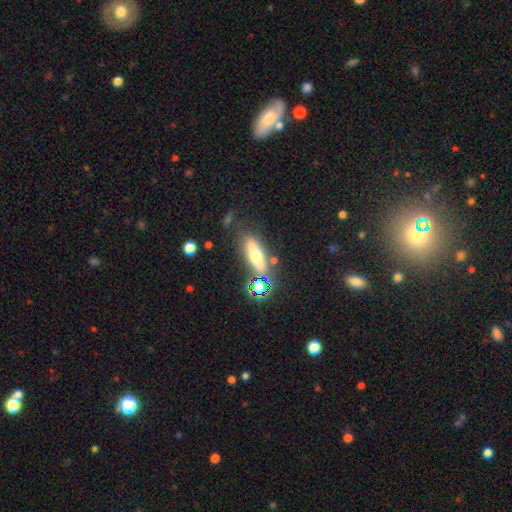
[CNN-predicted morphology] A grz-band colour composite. It shows a smooth galaxy with no disk features (52%) that is cigar-shaped (53%). Merging: none (72%).